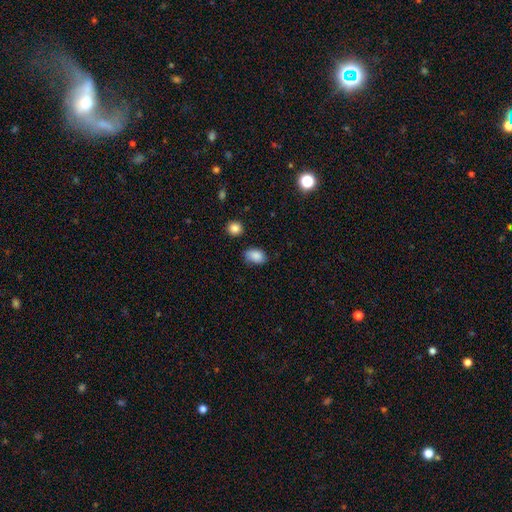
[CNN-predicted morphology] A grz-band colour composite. It shows a smooth galaxy with no disk features (86%) that is in between round and cigar-shaped (83%). Merging: none (72%).